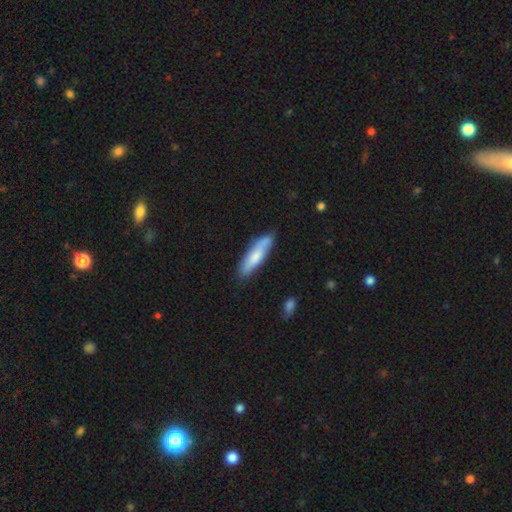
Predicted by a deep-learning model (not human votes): Smooth or featured: smooth — 71% (featured or disk — 24%)
How rounded: cigar-shaped — 70% (in between — 29%)
Merging: none — 74% (minor disturbance — 19%)